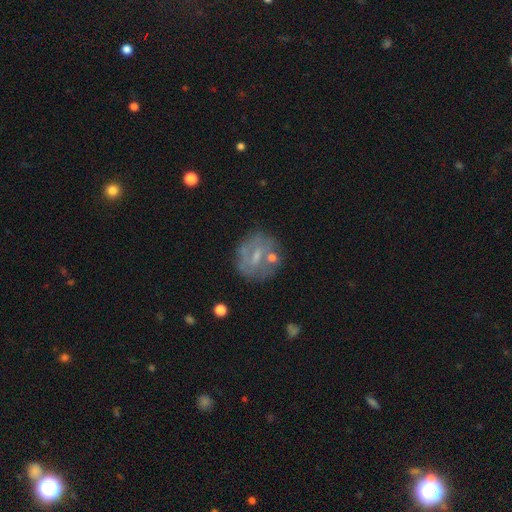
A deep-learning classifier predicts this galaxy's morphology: featured or disk 57%, smooth 32%, star or artifact 10%. Down the decision tree: edge-on disk — no (96%); bar — weak (48%); spiral arms — no (56%); bulge size — small (46%); merging — none (64%).